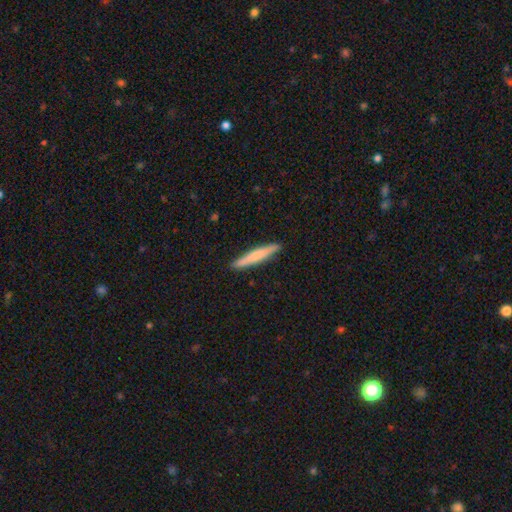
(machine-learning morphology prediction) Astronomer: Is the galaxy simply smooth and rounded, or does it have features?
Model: smooth — 67%.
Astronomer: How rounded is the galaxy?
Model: cigar-shaped — 95%.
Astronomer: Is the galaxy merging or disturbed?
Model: none — 91%.